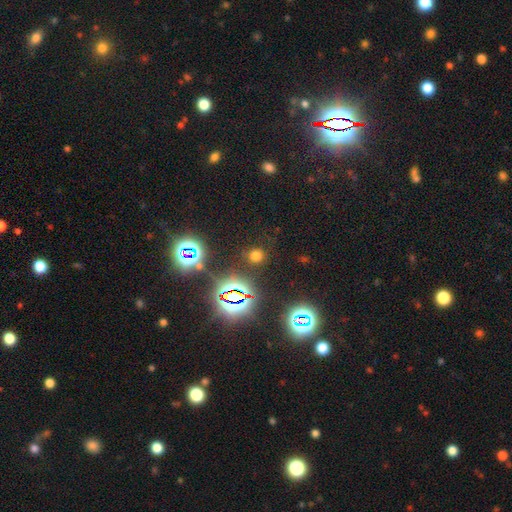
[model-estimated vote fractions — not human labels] The model was most divided on "smooth or featured": smooth: 57%, star or artifact: 37%, featured or disk: 6%. More confident: how rounded — round (87%); merging — none (85%).